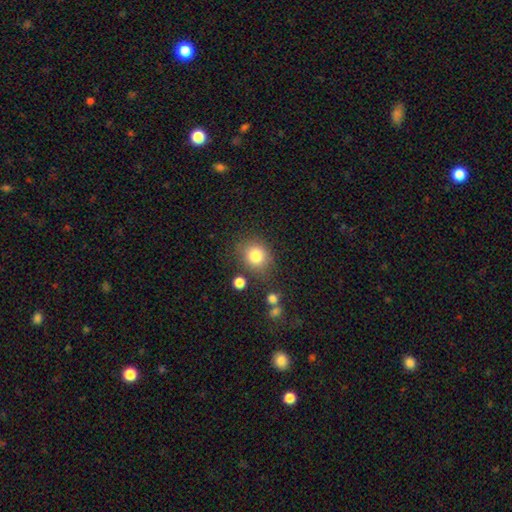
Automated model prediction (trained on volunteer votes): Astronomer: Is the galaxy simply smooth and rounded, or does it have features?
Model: smooth — 82%.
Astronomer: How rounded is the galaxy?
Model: round — 76%.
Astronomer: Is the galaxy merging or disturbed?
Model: none — 75%.